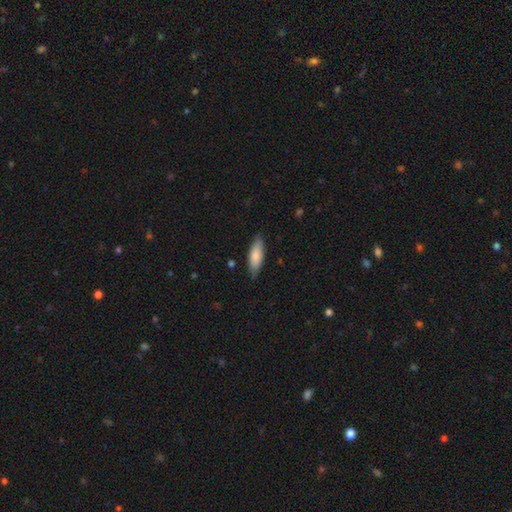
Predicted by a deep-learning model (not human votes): A smooth galaxy with no disk features (82%) that is in between round and cigar-shaped (65%).

Vote fractions:
- Smooth or featured? smooth: 82% / featured or disk: 13% / star or artifact: 5%
- How rounded? in between: 65% / cigar-shaped: 34% / round: 2%
- Merging? none: 82% / minor disturbance: 15% / major disturbance: 2% / merger: 1%